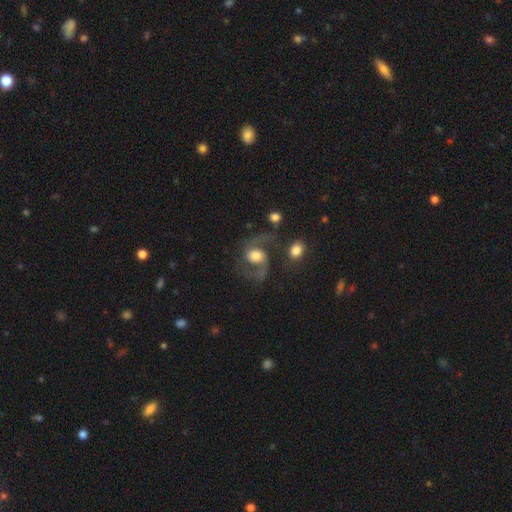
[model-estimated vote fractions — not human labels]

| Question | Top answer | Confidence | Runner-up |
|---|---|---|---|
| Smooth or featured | featured or disk | 80% | smooth (14%) |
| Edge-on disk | no | 98% | yes (2%) |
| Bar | no | 59% | weak (32%) |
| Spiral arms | yes | 94% | no (6%) |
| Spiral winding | loose | 49% | medium (44%) |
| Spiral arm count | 2 | 87% | 1 (7%) |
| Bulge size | moderate | 51% | large (32%) |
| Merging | none | 54% | major disturbance (23%) |